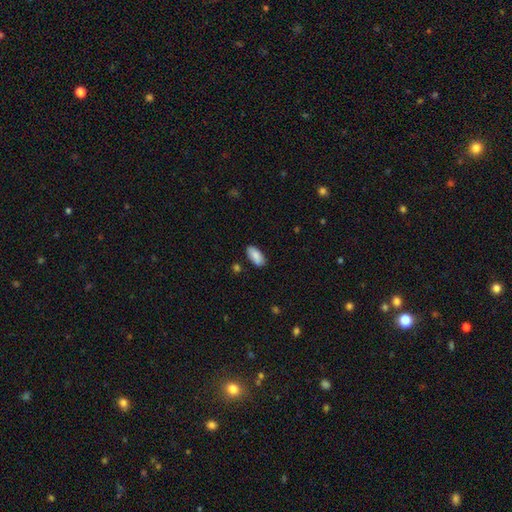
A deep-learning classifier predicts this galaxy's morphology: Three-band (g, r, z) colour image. It shows a smooth galaxy with no disk features (86%) that is in between round and cigar-shaped (91%). Merging: none (84%).